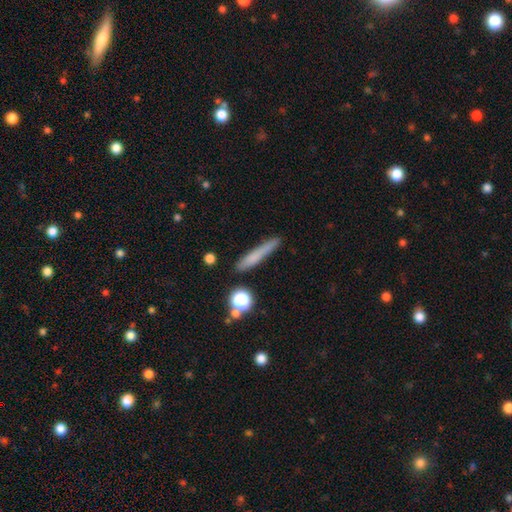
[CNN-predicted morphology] The model was most divided on "smooth or featured": smooth: 67%, featured or disk: 23%, star or artifact: 10%. More confident: how rounded — cigar-shaped (92%); merging — none (81%).